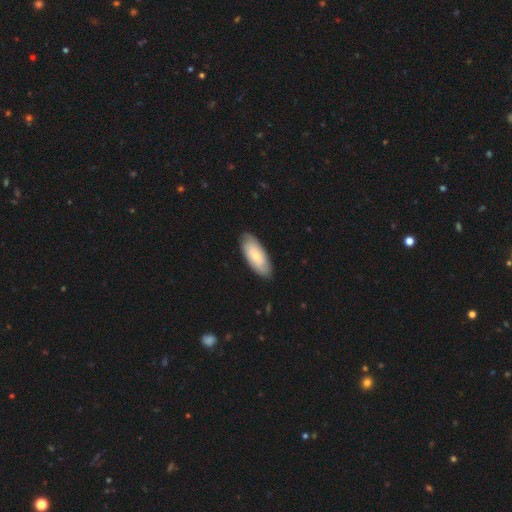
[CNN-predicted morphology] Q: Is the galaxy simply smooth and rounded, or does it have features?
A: smooth — 59%.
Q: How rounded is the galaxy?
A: in between — 83%.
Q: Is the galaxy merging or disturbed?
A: none — 84%.